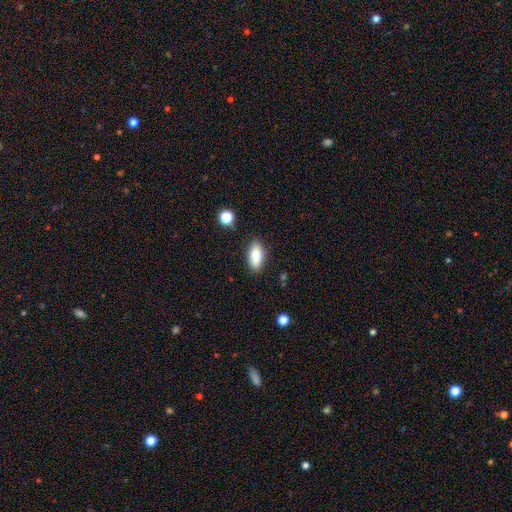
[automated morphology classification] The model was most divided on "merging": none: 83%, minor disturbance: 12%, major disturbance: 3%, merger: 2%. More confident: how rounded — in between (87%); smooth or featured — smooth (86%).